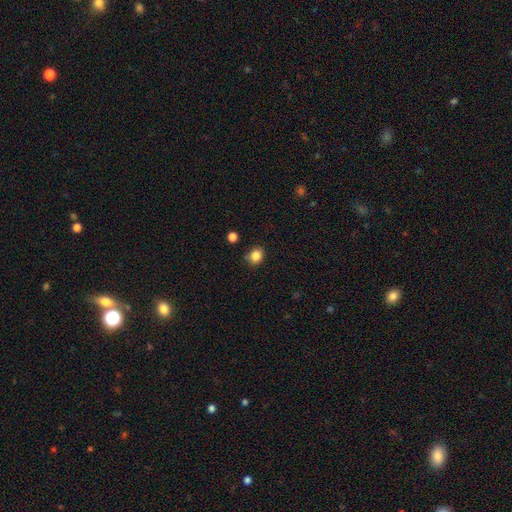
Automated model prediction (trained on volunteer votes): This is clearly a smooth galaxy (84%). How rounded: likely round (77%). Merging: clearly none (81%).